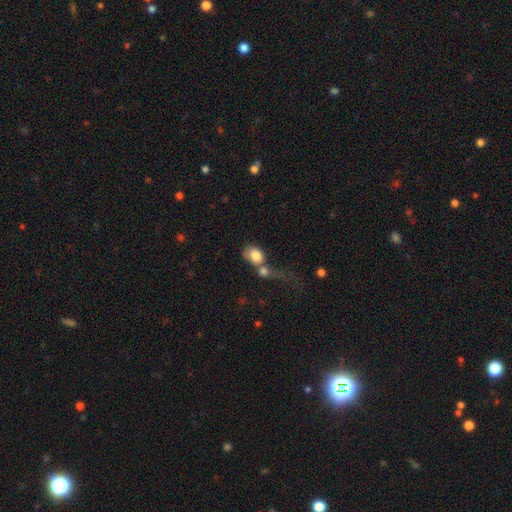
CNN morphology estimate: Smooth or featured? smooth (78%)
How rounded? in between (58%)
Merging? merger (57%)